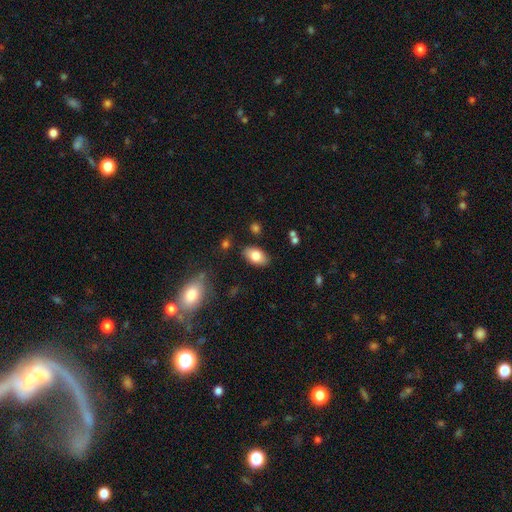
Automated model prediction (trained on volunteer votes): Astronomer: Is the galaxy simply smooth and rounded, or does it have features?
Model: smooth — 80%.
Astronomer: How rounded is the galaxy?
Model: in between — 93%.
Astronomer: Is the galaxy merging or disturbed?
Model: none — 84%.